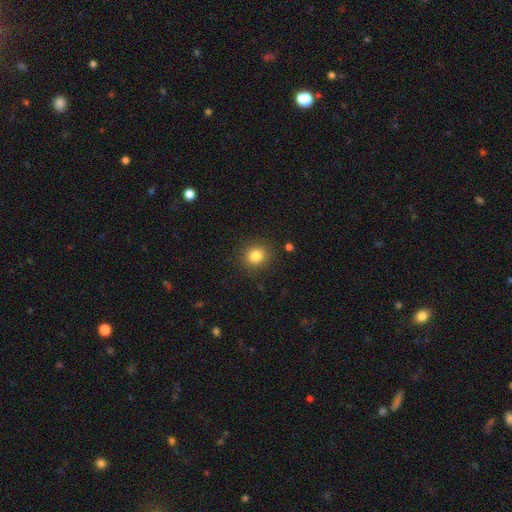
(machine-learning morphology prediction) smooth 83%, star or artifact 11%, featured or disk 6%. Down the decision tree: how rounded — round (87%); merging — none (89%).